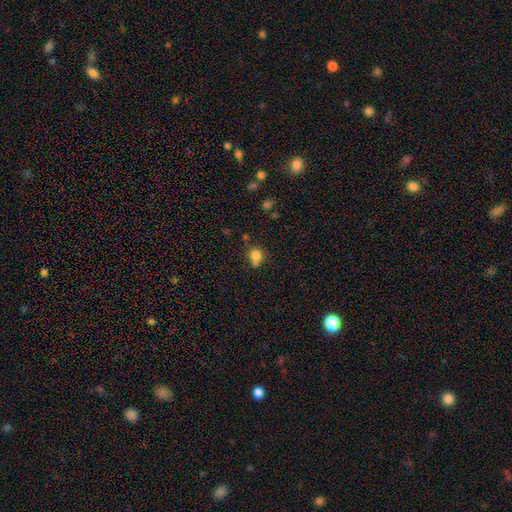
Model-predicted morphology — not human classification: A smooth galaxy with no disk features (79%) that is round (76%).

Vote fractions:
- Smooth or featured? smooth: 79% / star or artifact: 13% / featured or disk: 9%
- How rounded? round: 76% / in between: 22% / cigar-shaped: 1%
- Merging? none: 52% / merger: 22% / minor disturbance: 20% / major disturbance: 7%